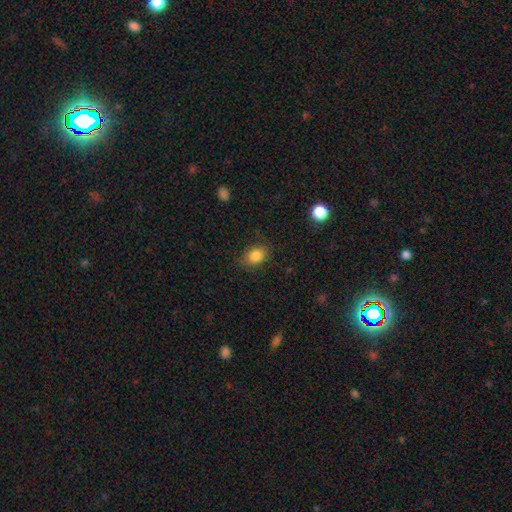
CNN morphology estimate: smooth 85%, star or artifact 10%, featured or disk 5%. Down the decision tree: how rounded — in between (60%); merging — none (79%).